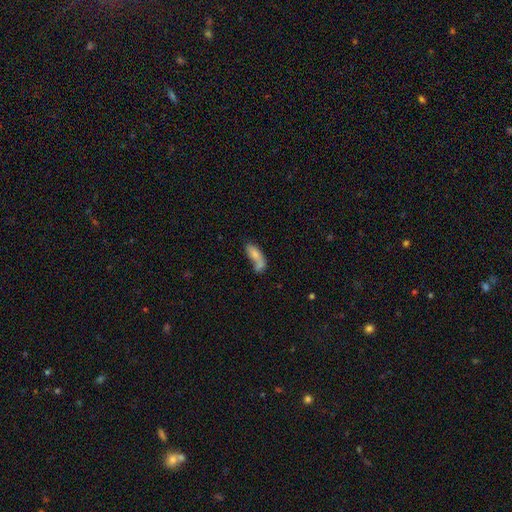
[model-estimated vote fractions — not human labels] This is likely a smooth galaxy (73%). How rounded: likely in between (67%). Merging: possibly merger (50%).